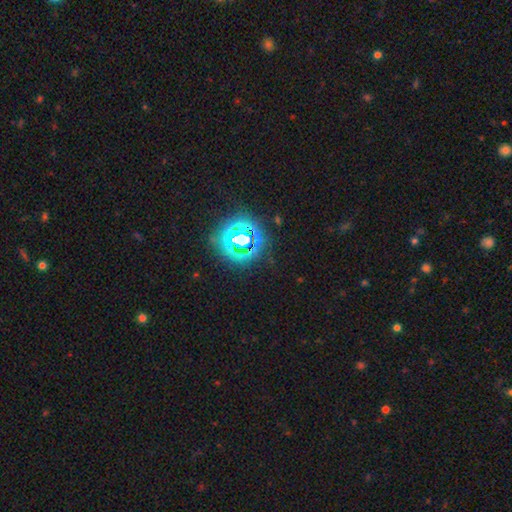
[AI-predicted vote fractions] A star or artifact, not a galaxy (79%).